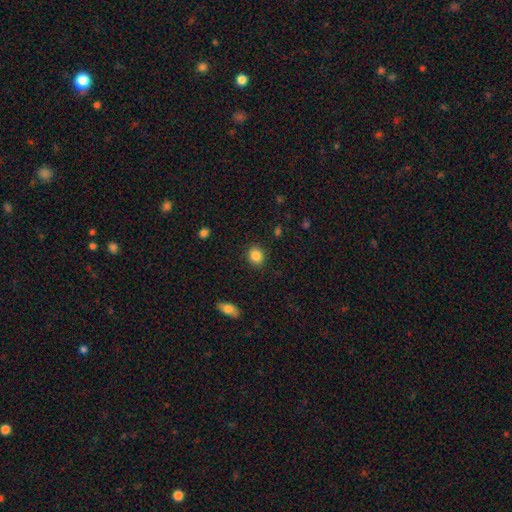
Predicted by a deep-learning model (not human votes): smooth-or-featured: smooth: 86% | star or artifact: 9% | featured or disk: 4%
  how-rounded: round: 68% | in between: 31% | cigar-shaped: 1%
  merging: none: 87% | minor disturbance: 9% | major disturbance: 3% | merger: 1%